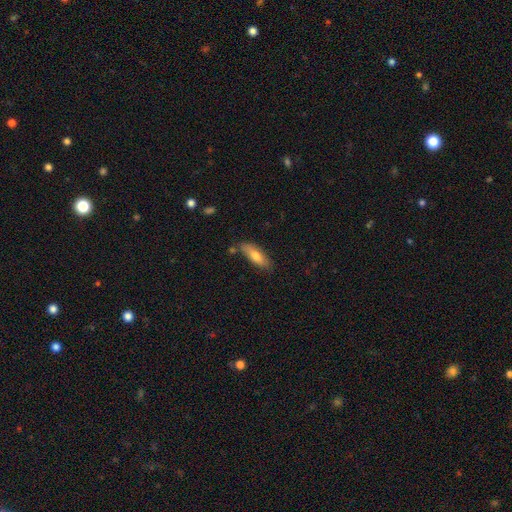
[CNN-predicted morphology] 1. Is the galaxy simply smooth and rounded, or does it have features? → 72% smooth, 22% featured or disk, 6% star or artifact.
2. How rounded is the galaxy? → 58% in between, 39% cigar-shaped, 2% round.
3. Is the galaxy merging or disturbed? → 74% none, 17% minor disturbance, 6% merger, 3% major disturbance.